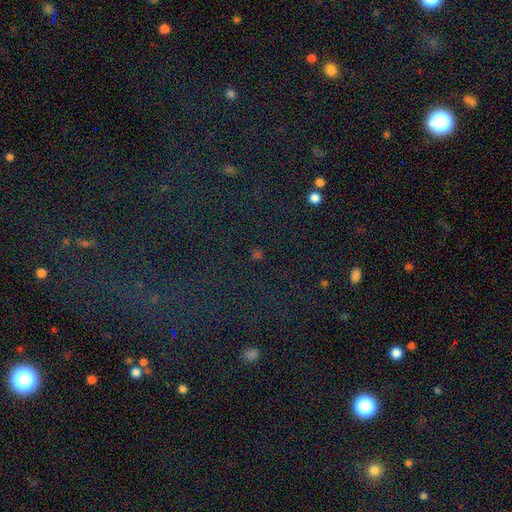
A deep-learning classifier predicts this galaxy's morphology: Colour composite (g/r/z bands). It shows a star or artifact, not a galaxy (75%).